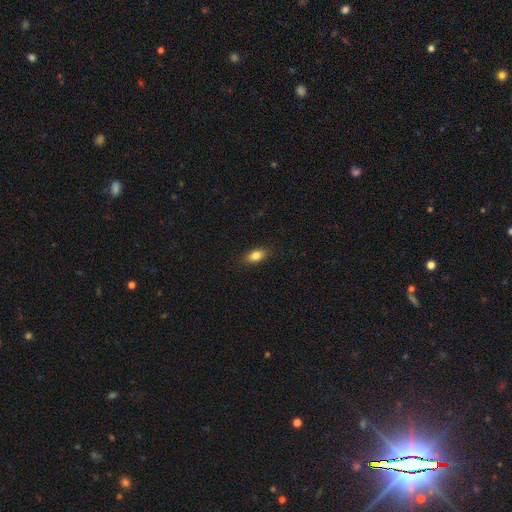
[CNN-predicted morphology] type=smooth (83%); roundness=in between (87%); merging=none (87%).